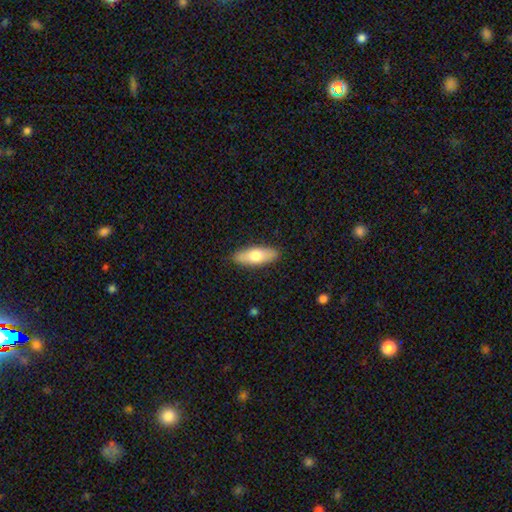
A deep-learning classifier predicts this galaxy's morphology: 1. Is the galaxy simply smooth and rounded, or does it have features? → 68% smooth, 27% featured or disk, 6% star or artifact.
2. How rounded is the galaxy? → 63% in between, 35% cigar-shaped, 3% round.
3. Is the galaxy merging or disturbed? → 89% none, 8% minor disturbance, 2% major disturbance, 1% merger.